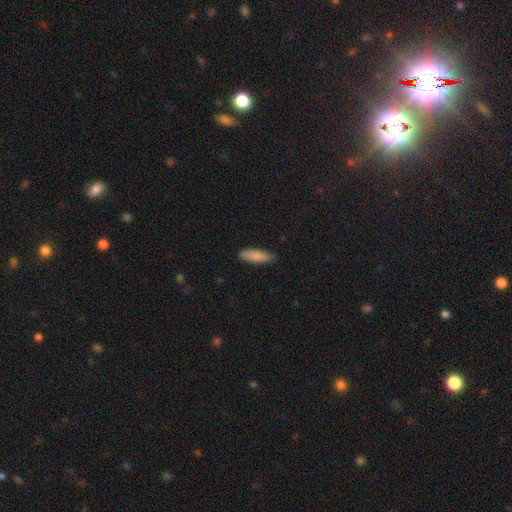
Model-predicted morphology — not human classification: Smooth or featured? Predicted: smooth (p=0.85). How rounded? Predicted: cigar-shaped (p=0.56). Merging? Predicted: none (p=0.83).